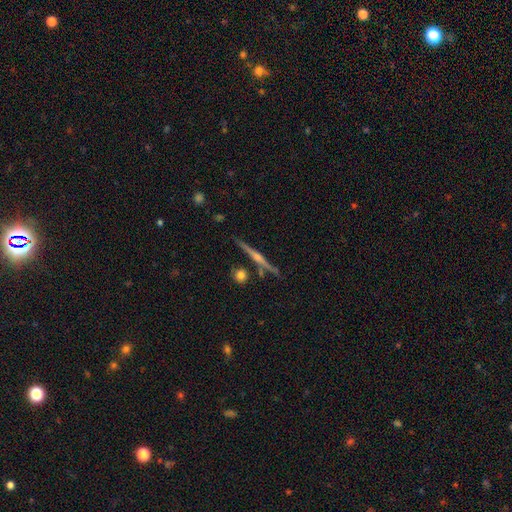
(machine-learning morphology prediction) A featured or disk galaxy (74%) viewed edge-on (98%) with a rounded central bulge (74%). Merging: none (85%).